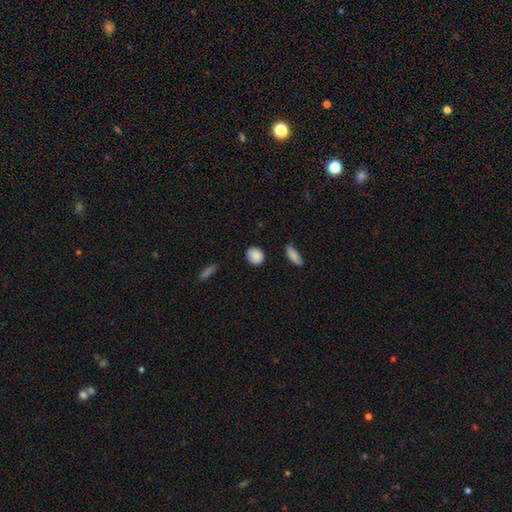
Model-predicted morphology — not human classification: Overall: smooth (87%). How rounded: round (72%). Merging: none (85%).